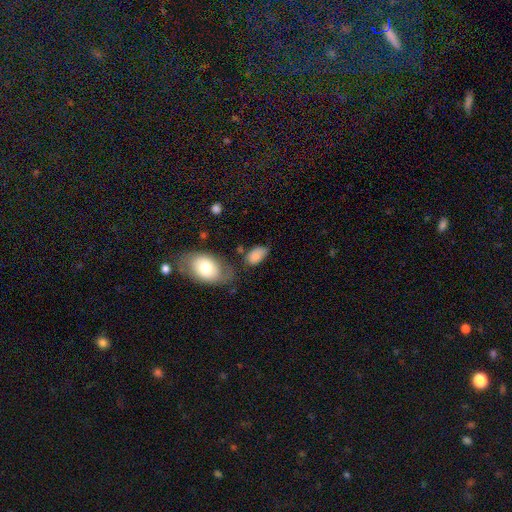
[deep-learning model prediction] Smooth or featured: smooth — 82% (featured or disk — 10%)
How rounded: in between — 92% (round — 6%)
Merging: none — 55% (minor disturbance — 26%)